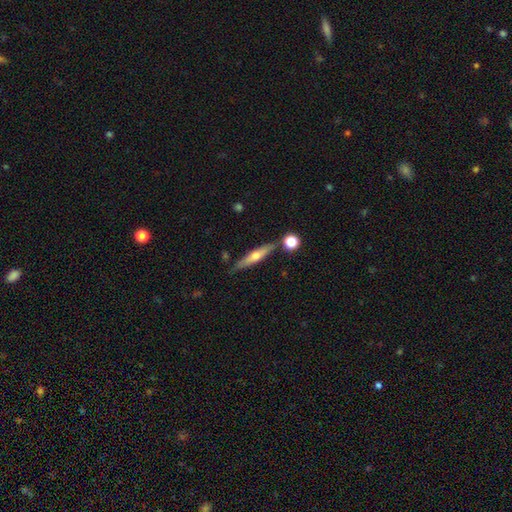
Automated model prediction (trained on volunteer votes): The model was most divided on "smooth or featured": featured or disk: 54%, smooth: 40%, star or artifact: 6%. More confident: edge-on disk — yes (93%); merging — none (78%).